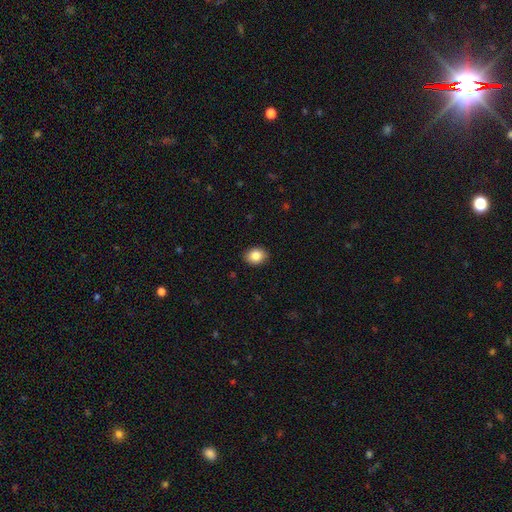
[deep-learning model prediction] This is clearly a smooth galaxy (86%). How rounded: possibly in between (57%). Merging: clearly none (89%).